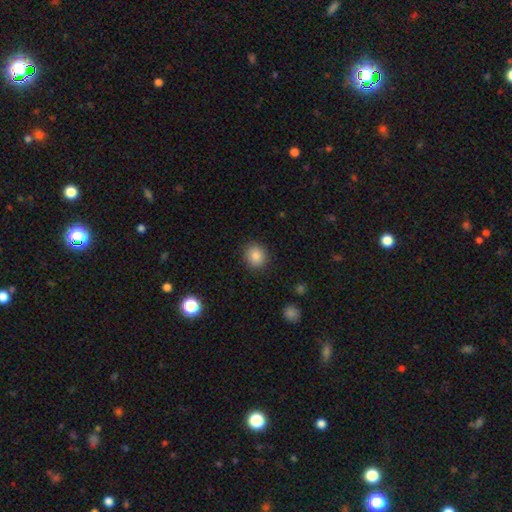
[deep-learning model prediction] Smooth or featured? smooth (86%)
How rounded? round (82%)
Merging? none (89%)